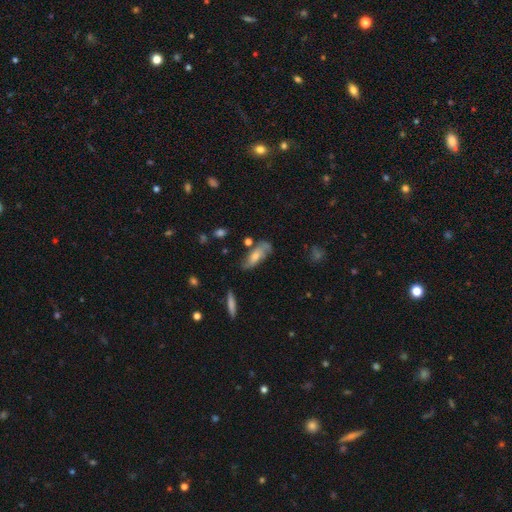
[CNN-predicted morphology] Smooth or featured: smooth — 56% (featured or disk — 37%)
How rounded: in between — 67% (cigar-shaped — 30%)
Merging: none — 57% (minor disturbance — 27%)